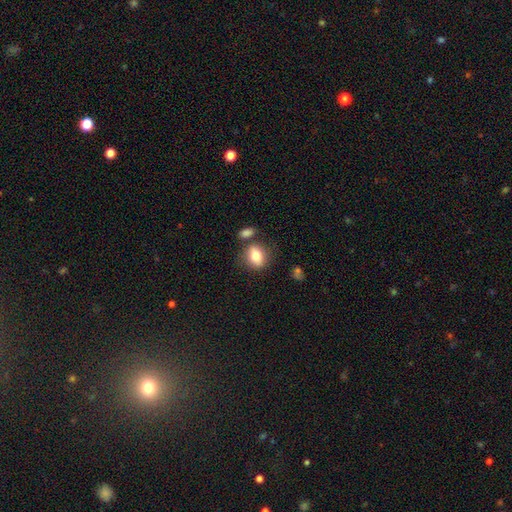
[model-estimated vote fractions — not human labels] A smooth galaxy with no disk features (80%) that is in between round and cigar-shaped (65%). Merging: none (65%).